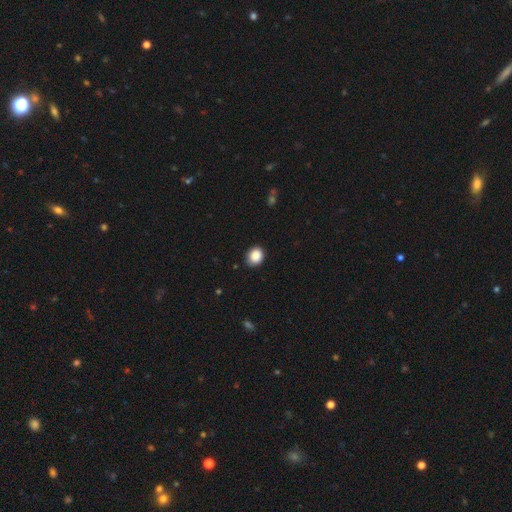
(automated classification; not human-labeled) Smooth or featured? Predicted: smooth (p=0.88). How rounded? Predicted: round (p=0.66). Merging? Predicted: none (p=0.84).